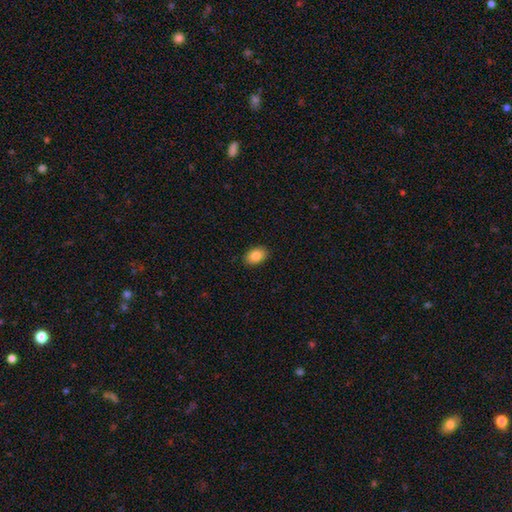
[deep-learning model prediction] Smooth or featured: smooth — 86% (star or artifact — 8%)
How rounded: in between — 86% (round — 13%)
Merging: none — 89% (minor disturbance — 8%)